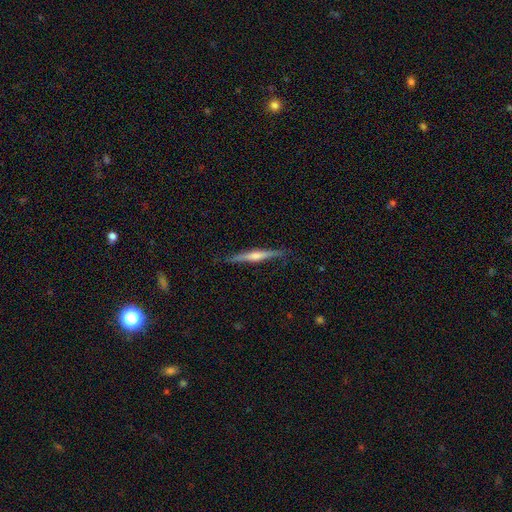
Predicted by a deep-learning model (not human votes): The model was most divided on "smooth or featured": featured or disk: 73%, smooth: 21%, star or artifact: 6%. More confident: edge-on disk — yes (98%); merging — none (86%); edge-on bulge — rounded (74%).